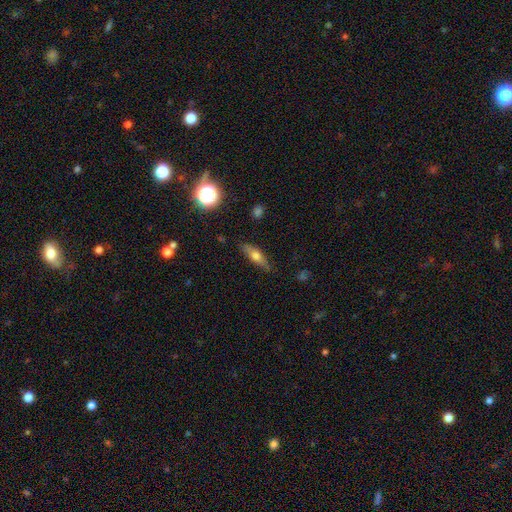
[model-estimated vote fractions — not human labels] Overall: smooth (53%; featured or disk 39%). How rounded: cigar-shaped (53%; in between 43%). Merging: none (82%).